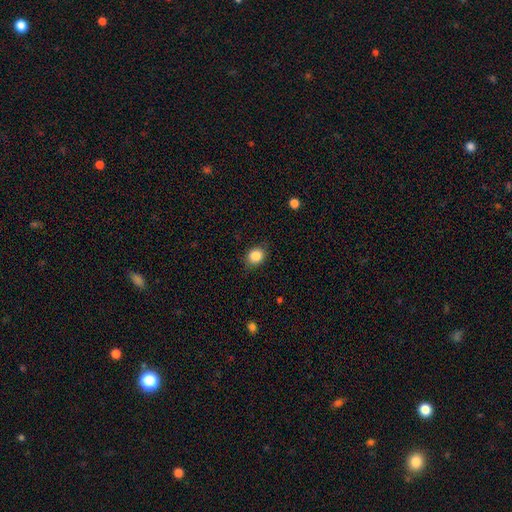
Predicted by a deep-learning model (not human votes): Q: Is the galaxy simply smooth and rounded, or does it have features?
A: smooth — 86%.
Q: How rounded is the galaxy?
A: round — 59%.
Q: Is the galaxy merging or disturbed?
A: none — 84%.